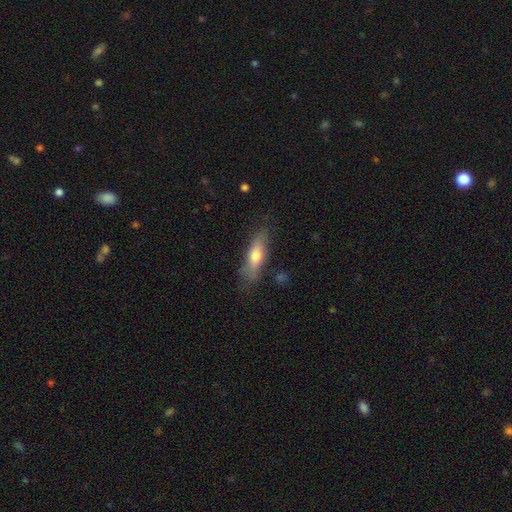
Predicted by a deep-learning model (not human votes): A smooth galaxy with no disk features (62%) that is cigar-shaped (57%). Merging: none (75%).